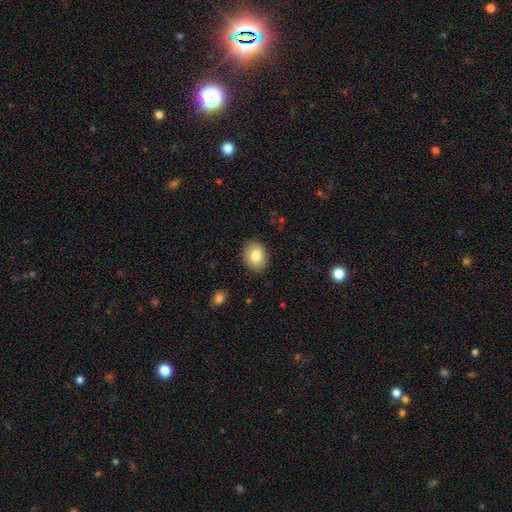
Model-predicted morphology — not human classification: Smooth or featured?
  - smooth: 81% *
  - featured or disk: 11%
  - star or artifact: 8%
How rounded?
  - in between: 55% *
  - round: 44%
  - cigar-shaped: 1%
Merging?
  - none: 88% *
  - minor disturbance: 9%
  - major disturbance: 2%
  - merger: 1%